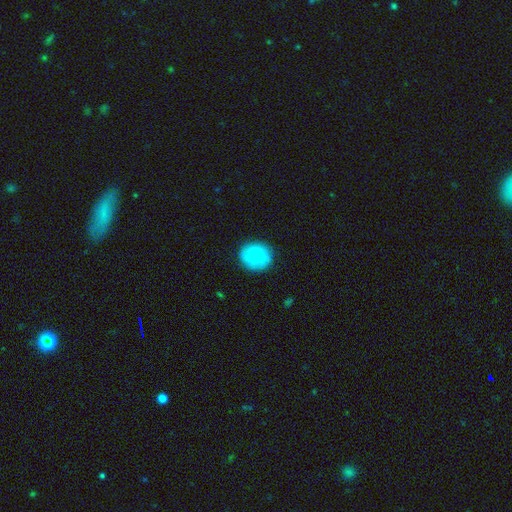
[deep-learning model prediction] Smooth or featured? Predicted: smooth (p=0.84). How rounded? Predicted: round (p=0.83). Merging? Predicted: none (p=0.87).